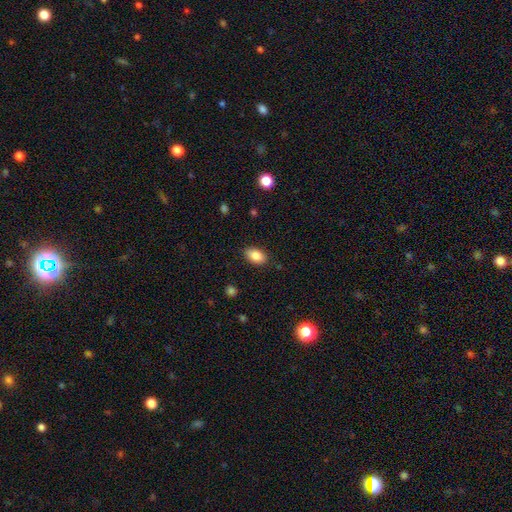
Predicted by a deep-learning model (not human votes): A smooth galaxy with no disk features (86%) that is in between round and cigar-shaped (91%).

Vote fractions:
- Smooth or featured? smooth: 86% / star or artifact: 8% / featured or disk: 6%
- How rounded? in between: 91% / round: 8% / cigar-shaped: 2%
- Merging? none: 86% / minor disturbance: 10% / major disturbance: 2% / merger: 1%